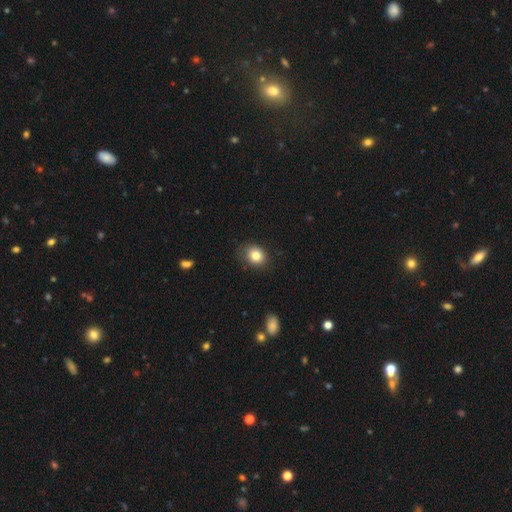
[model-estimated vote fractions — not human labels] This appears to be a smooth galaxy with no disk features (82%) that is round (54%). Merging: none (81%).